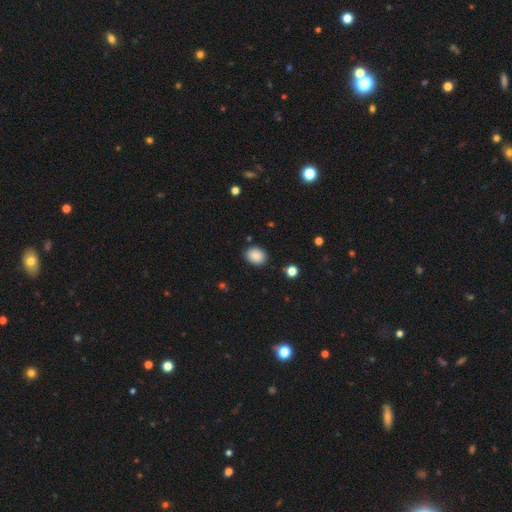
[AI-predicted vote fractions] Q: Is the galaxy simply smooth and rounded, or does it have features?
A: smooth — 88%.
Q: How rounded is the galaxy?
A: in between — 54%.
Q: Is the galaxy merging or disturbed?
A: none — 86%.